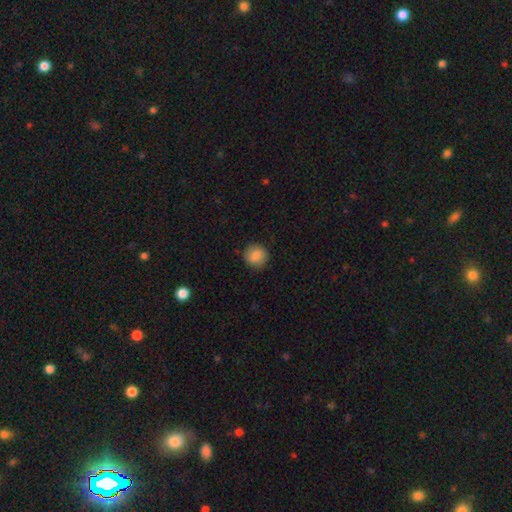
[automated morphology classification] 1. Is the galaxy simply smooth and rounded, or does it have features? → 86% smooth, 8% star or artifact, 6% featured or disk.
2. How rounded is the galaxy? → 90% round, 9% in between, 1% cigar-shaped.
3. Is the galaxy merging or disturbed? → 89% none, 8% minor disturbance, 2% major disturbance, 1% merger.